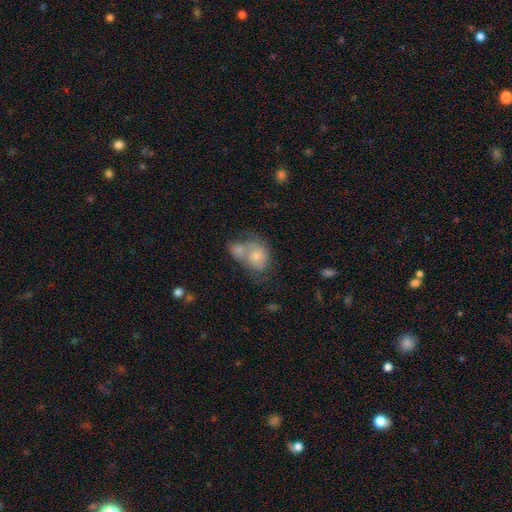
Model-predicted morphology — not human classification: A smooth galaxy with no disk features (50%) that is in between round and cigar-shaped (57%). Merging: merger (62%).